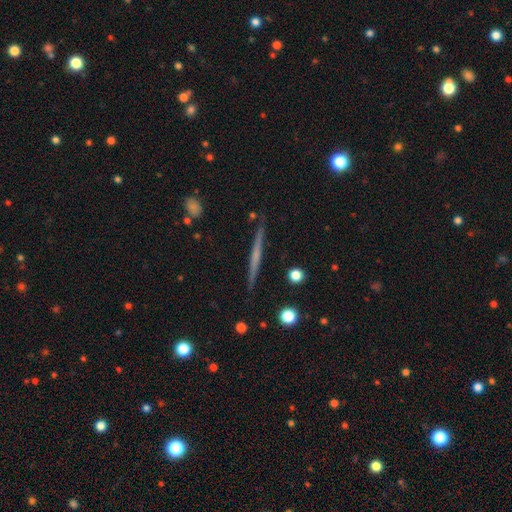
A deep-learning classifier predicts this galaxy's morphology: This is possibly a featured or disk galaxy (60%). It is clearly viewed edge-on (98%). Edge-on bulge: likely none (75%). Merging: clearly none (90%).